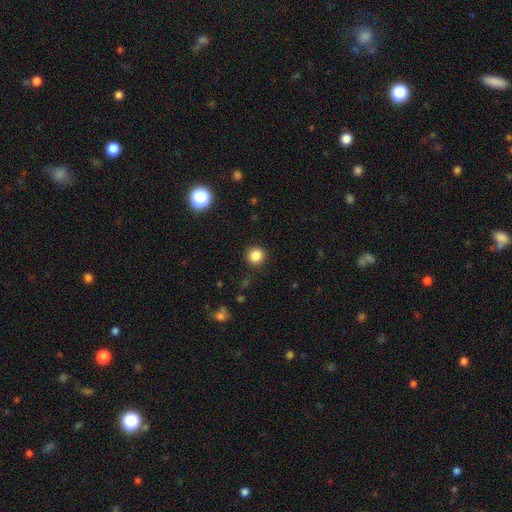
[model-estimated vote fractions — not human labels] smooth 85%, star or artifact 12%, featured or disk 4%. Down the decision tree: how rounded — round (92%); merging — none (91%).